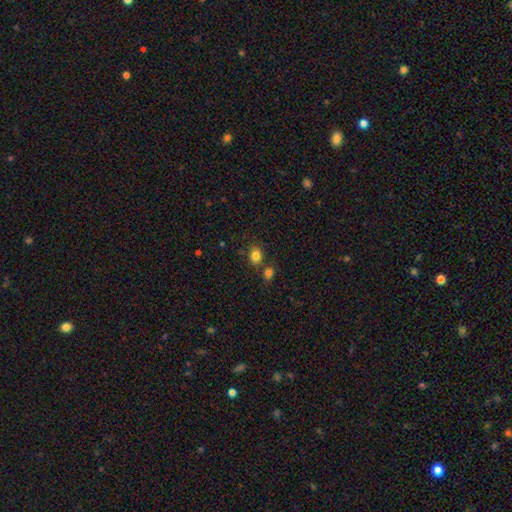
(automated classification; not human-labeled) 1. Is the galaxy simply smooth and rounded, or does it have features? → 83% smooth, 11% star or artifact, 6% featured or disk.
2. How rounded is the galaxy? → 50% round, 49% in between, 1% cigar-shaped.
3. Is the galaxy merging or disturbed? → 70% none, 17% merger, 10% minor disturbance, 3% major disturbance.